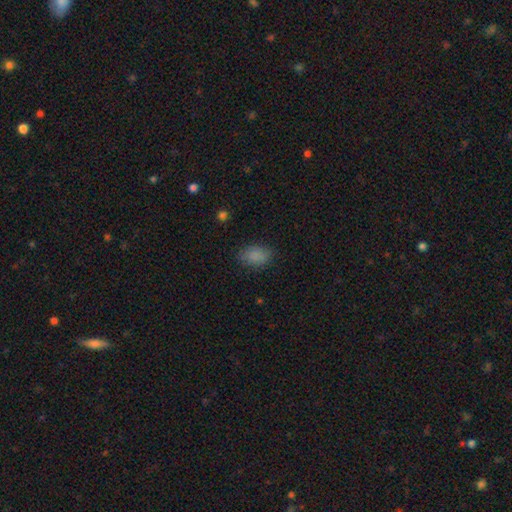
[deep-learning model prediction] Overall: smooth (85%). How rounded: in between (80%). Merging: none (80%).